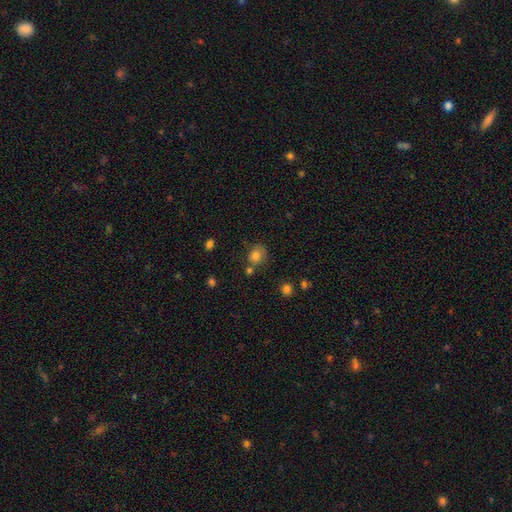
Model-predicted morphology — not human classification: The model was most divided on "merging": none: 58%, minor disturbance: 20%, merger: 15%, major disturbance: 7%. More confident: smooth or featured — smooth (79%); how rounded — round (73%).